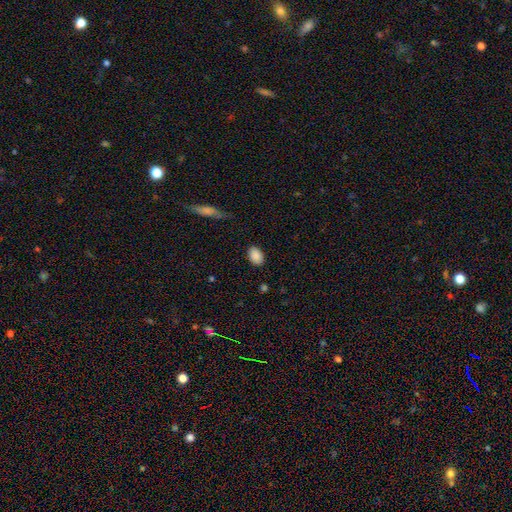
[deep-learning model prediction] Smooth or featured? smooth (89%)
How rounded? in between (86%)
Merging? none (85%)